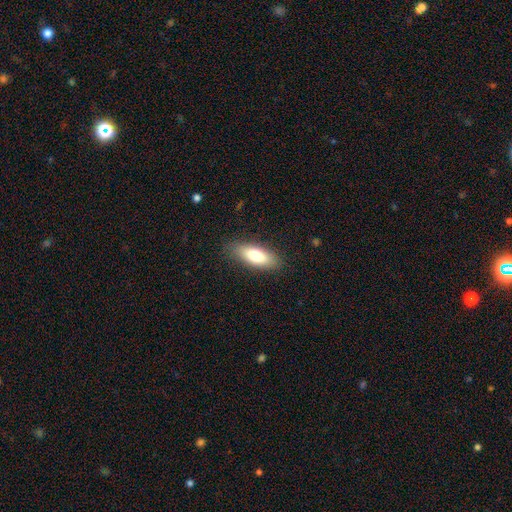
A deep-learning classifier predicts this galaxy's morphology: Overall: smooth (76%). How rounded: in between (69%). Merging: none (86%).